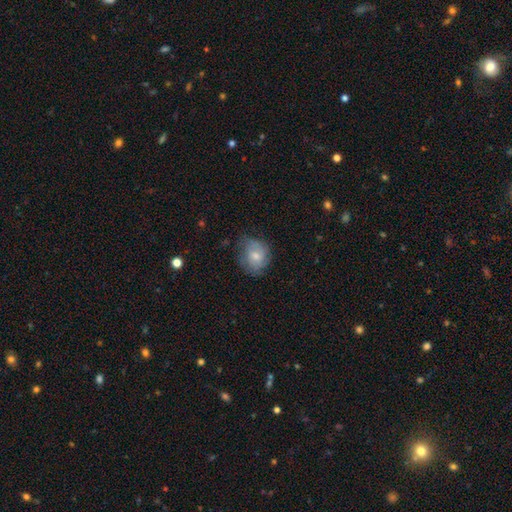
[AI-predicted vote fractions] Smooth or featured?
  - smooth: 60% *
  - featured or disk: 33%
  - star or artifact: 8%
How rounded?
  - round: 67% *
  - in between: 32%
  - cigar-shaped: 1%
Merging?
  - none: 62% *
  - minor disturbance: 27%
  - major disturbance: 10%
  - merger: 1%